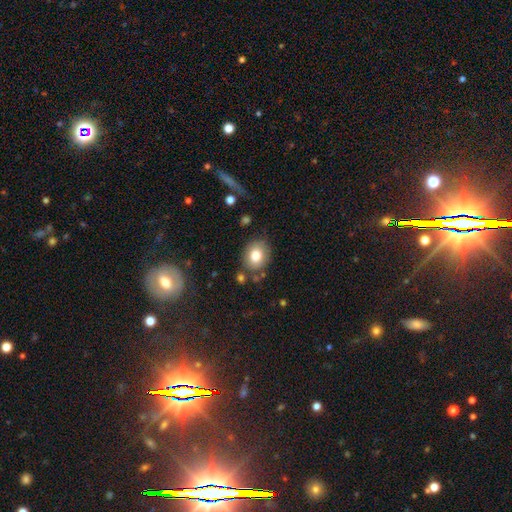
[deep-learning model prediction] Q: Smooth or featured?
A: smooth (80%); runner-up: featured or disk (11%)
Q: How rounded?
A: round (53%); runner-up: in between (46%)
Q: Merging?
A: none (77%); runner-up: minor disturbance (14%)